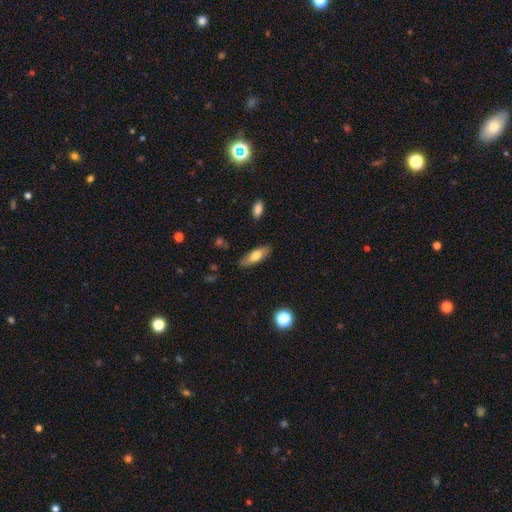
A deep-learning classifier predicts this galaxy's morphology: A smooth galaxy with no disk features (71%) that is in between round and cigar-shaped (66%).

Vote fractions:
- Smooth or featured? smooth: 71% / featured or disk: 22% / star or artifact: 7%
- How rounded? in between: 66% / cigar-shaped: 31% / round: 3%
- Merging? none: 85% / minor disturbance: 12% / major disturbance: 2% / merger: 1%